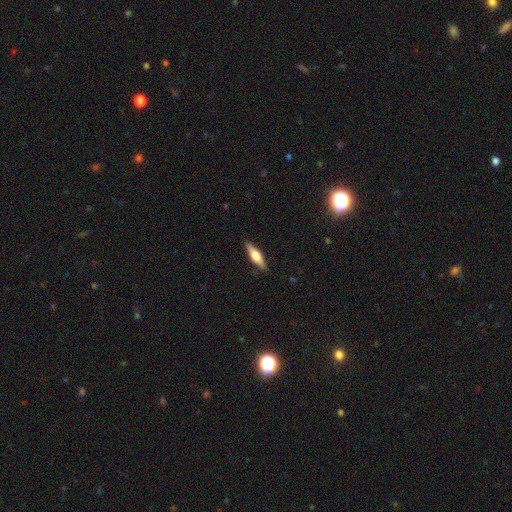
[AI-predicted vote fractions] A smooth galaxy with no disk features (51%) that is cigar-shaped (62%).

Vote fractions:
- Smooth or featured? smooth: 51% / featured or disk: 43% / star or artifact: 6%
- How rounded? cigar-shaped: 62% / in between: 36% / round: 2%
- Merging? none: 88% / minor disturbance: 9% / major disturbance: 2% / merger: 1%